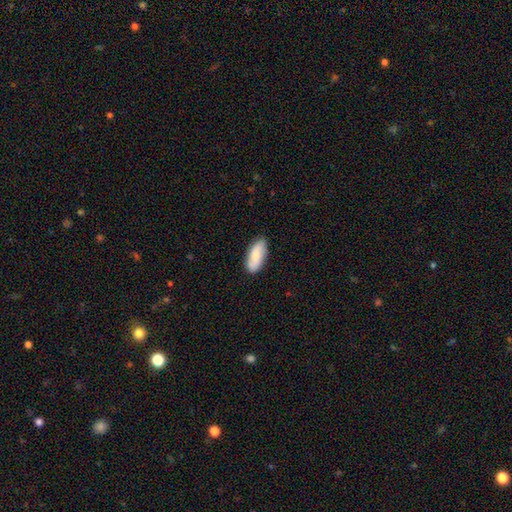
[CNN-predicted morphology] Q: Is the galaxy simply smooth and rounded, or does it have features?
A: smooth — 73%.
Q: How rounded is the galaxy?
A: in between — 84%.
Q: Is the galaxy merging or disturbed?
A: none — 83%.